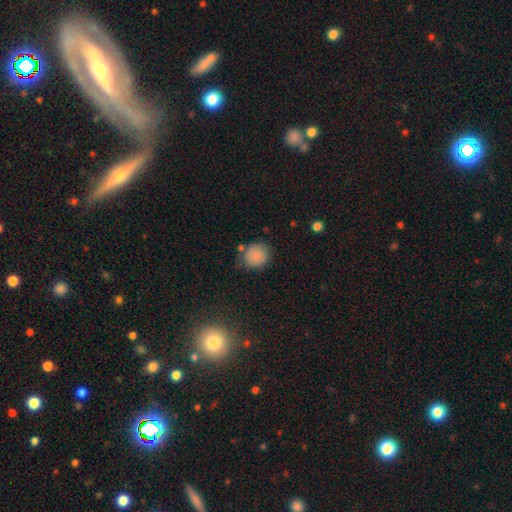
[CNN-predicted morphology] smooth-or-featured: smooth: 84% | star or artifact: 9% | featured or disk: 7%
  how-rounded: round: 76% | in between: 23% | cigar-shaped: 1%
  merging: none: 67% | minor disturbance: 21% | merger: 6% | major disturbance: 6%